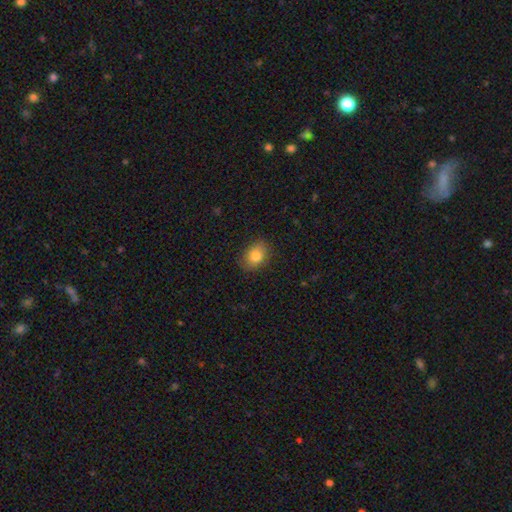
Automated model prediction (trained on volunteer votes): Smooth or featured? Predicted: smooth (p=0.82). How rounded? Predicted: in between (p=0.69). Merging? Predicted: none (p=0.84).